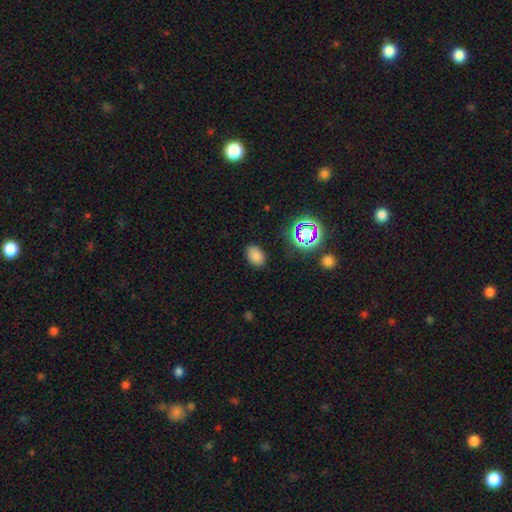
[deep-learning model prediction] A smooth galaxy with no disk features (77%) that is in between round and cigar-shaped (81%).

Vote fractions:
- Smooth or featured? smooth: 77% / star or artifact: 18% / featured or disk: 5%
- How rounded? in between: 81% / round: 17% / cigar-shaped: 1%
- Merging? none: 84% / minor disturbance: 11% / major disturbance: 3% / merger: 1%